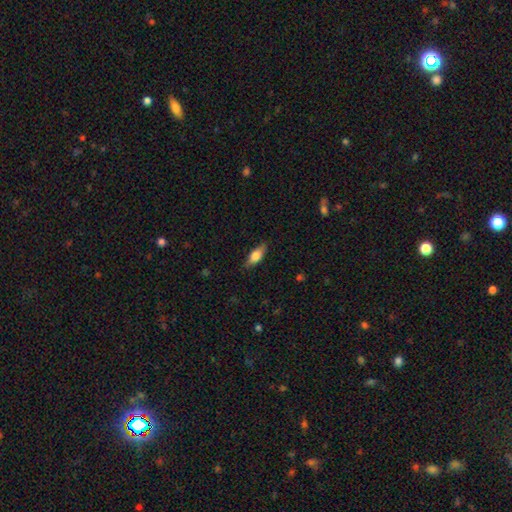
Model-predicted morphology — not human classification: smooth 70%, featured or disk 24%, star or artifact 7%. Down the decision tree: how rounded — in between (71%); merging — none (82%).